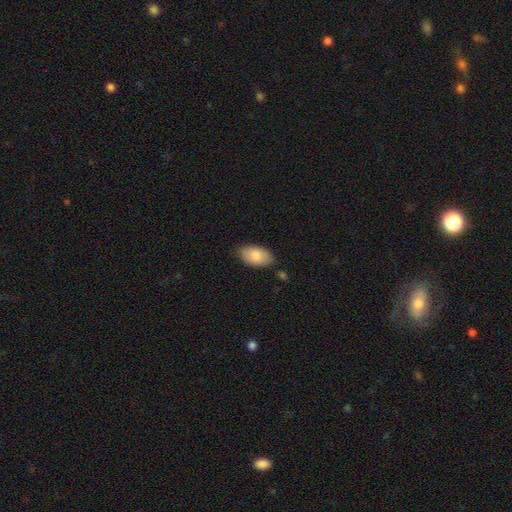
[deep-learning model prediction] A smooth galaxy with no disk features (85%) that is in between round and cigar-shaped (94%). Merging: none (81%).